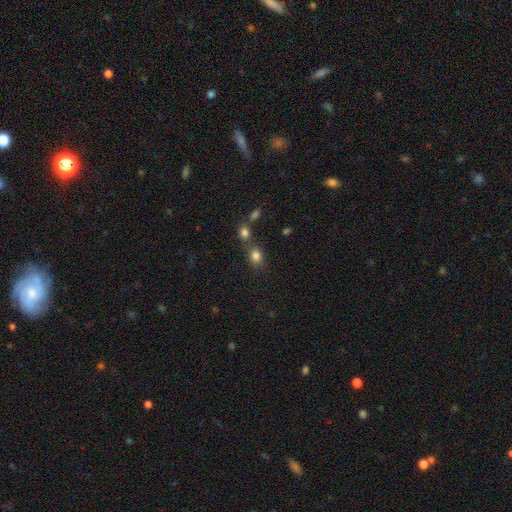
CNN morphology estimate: This appears to be a smooth galaxy with no disk features (81%) that is in between round and cigar-shaped (50%). Merging: none (62%).